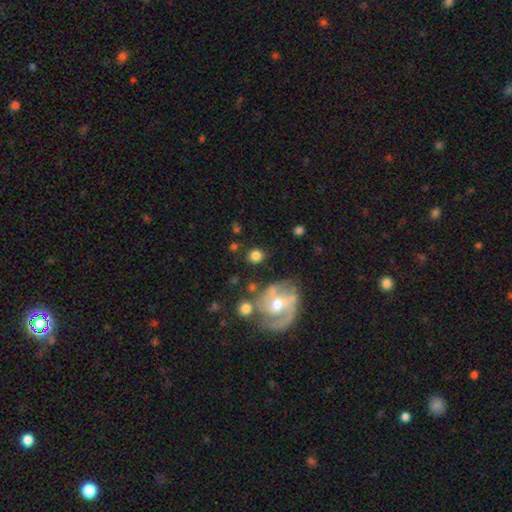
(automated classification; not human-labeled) A smooth galaxy with no disk features (75%) that is round (84%). Merging: none (77%).